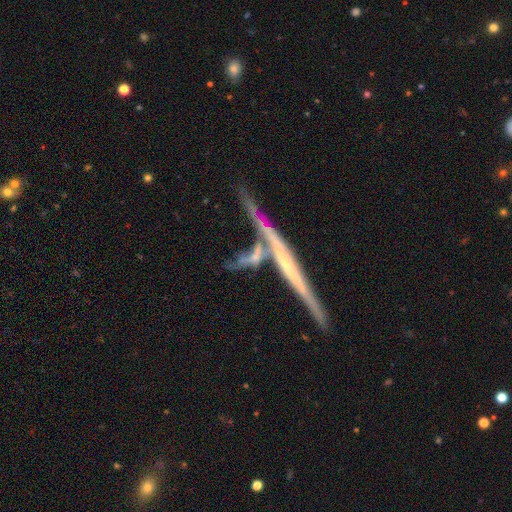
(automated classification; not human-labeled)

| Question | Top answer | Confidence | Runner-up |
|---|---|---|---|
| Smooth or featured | featured or disk | 58% | smooth (29%) |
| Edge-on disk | yes | 66% | no (34%) |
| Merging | merger | 36% | none (35%) |